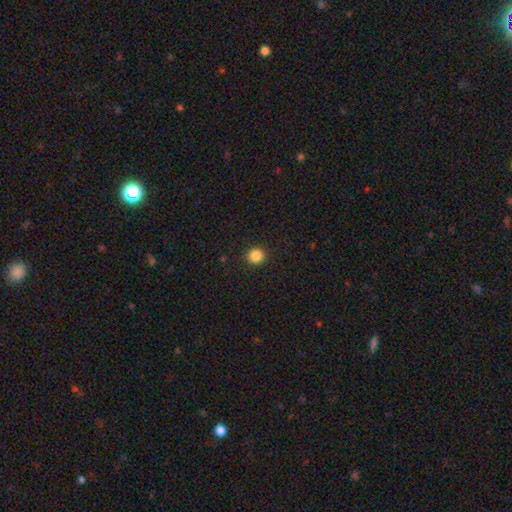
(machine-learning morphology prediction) Overall: smooth (85%). How rounded: round (90%). Merging: none (91%).